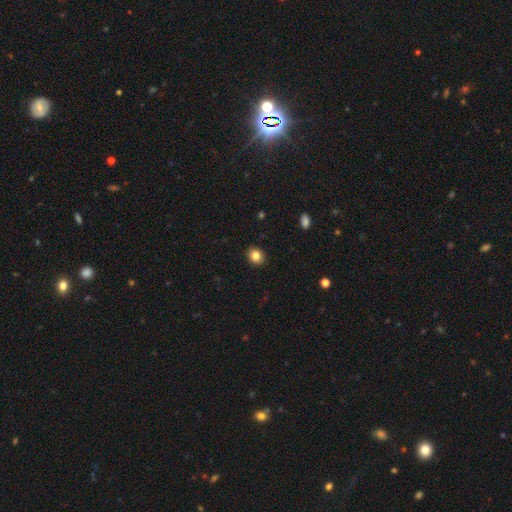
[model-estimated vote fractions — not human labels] A smooth galaxy with no disk features (84%) that is round (68%).

Vote fractions:
- Smooth or featured? smooth: 84% / star or artifact: 11% / featured or disk: 6%
- How rounded? round: 68% / in between: 31% / cigar-shaped: 1%
- Merging? none: 90% / minor disturbance: 7% / major disturbance: 2% / merger: 1%